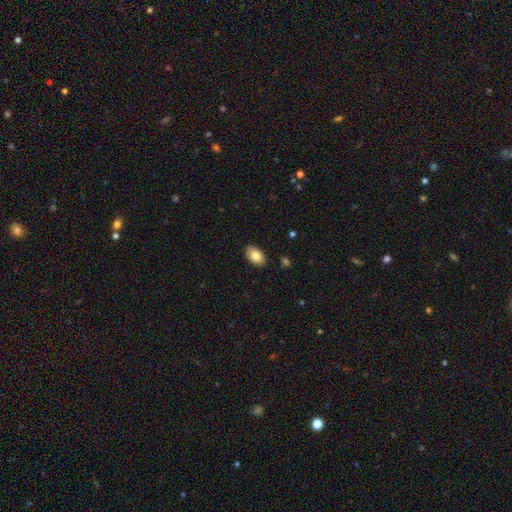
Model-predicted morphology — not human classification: A smooth galaxy with no disk features (82%) that is in between round and cigar-shaped (90%). Merging: none (89%).